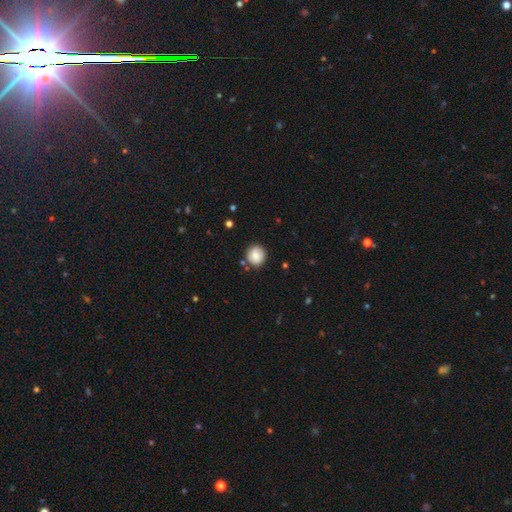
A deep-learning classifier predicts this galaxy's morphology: Overall: smooth (81%). How rounded: round (93%). Merging: none (85%).